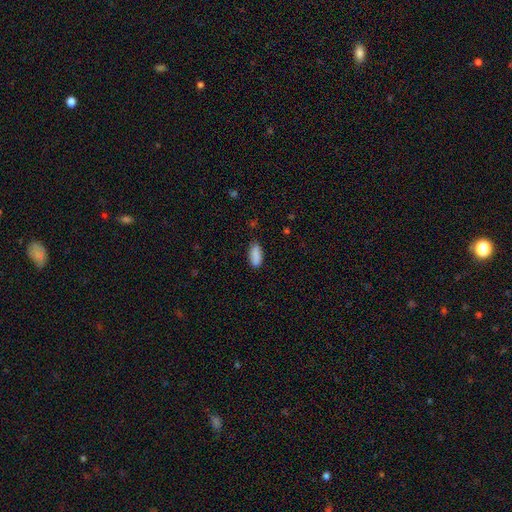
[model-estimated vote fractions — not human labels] Smooth or featured? smooth (87%)
How rounded? in between (85%)
Merging? none (80%)